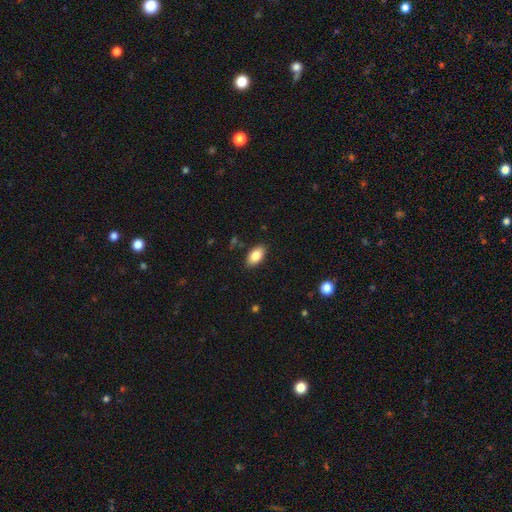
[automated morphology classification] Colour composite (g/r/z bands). It shows a smooth galaxy with no disk features (85%) that is in between round and cigar-shaped (93%). Merging: none (88%).